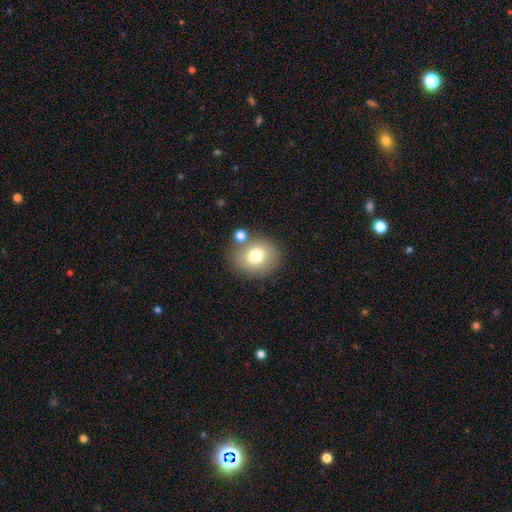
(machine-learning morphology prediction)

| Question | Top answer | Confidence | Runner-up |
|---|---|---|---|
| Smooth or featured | smooth | 75% | featured or disk (15%) |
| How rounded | round | 69% | in between (30%) |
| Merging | none | 72% | minor disturbance (12%) |